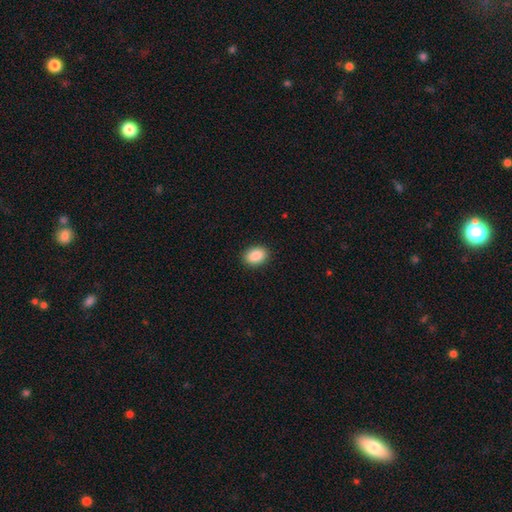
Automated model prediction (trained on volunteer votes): smooth-or-featured: smooth: 89% | star or artifact: 7% | featured or disk: 3%
  how-rounded: in between: 77% | round: 22% | cigar-shaped: 1%
  merging: none: 90% | minor disturbance: 7% | major disturbance: 2% | merger: 1%